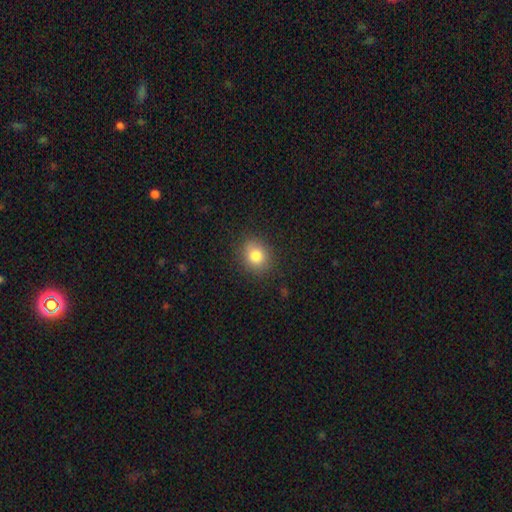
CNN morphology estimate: Smooth or featured?
  - smooth: 81% *
  - star or artifact: 11%
  - featured or disk: 8%
How rounded?
  - round: 67% *
  - in between: 32%
  - cigar-shaped: 1%
Merging?
  - none: 86% *
  - minor disturbance: 10%
  - major disturbance: 3%
  - merger: 1%